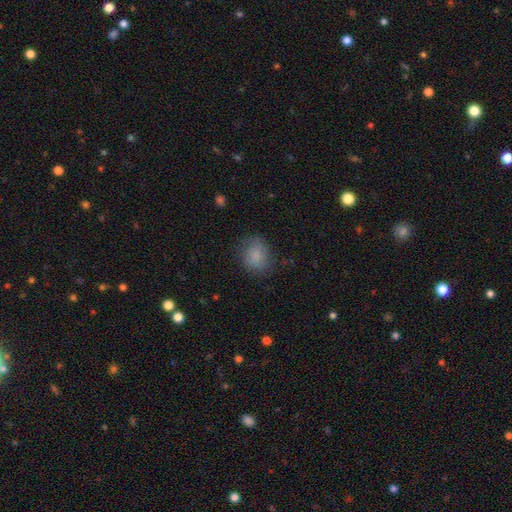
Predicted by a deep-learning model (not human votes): Smooth or featured? smooth (80%)
How rounded? round (66%)
Merging? none (72%)